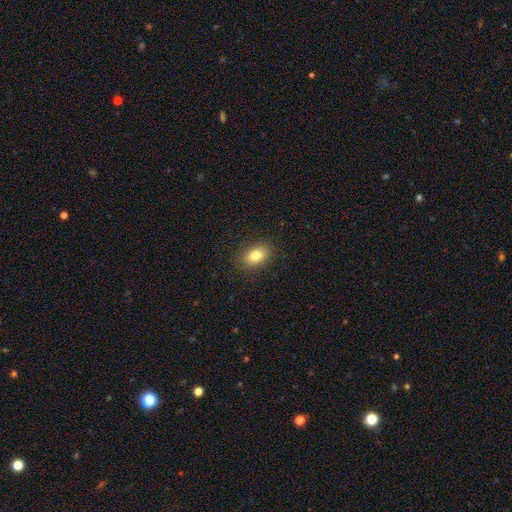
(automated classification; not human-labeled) A smooth galaxy with no disk features (82%) that is in between round and cigar-shaped (83%).

Vote fractions:
- Smooth or featured? smooth: 82% / star or artifact: 9% / featured or disk: 9%
- How rounded? in between: 83% / round: 15% / cigar-shaped: 2%
- Merging? none: 88% / minor disturbance: 9% / major disturbance: 3% / merger: 1%